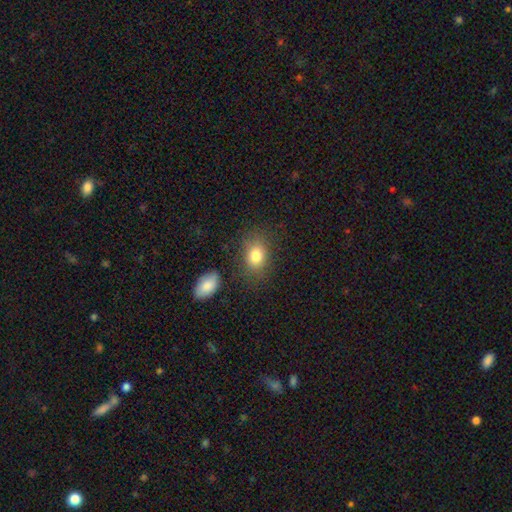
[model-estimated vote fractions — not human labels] smooth_or_featured: smooth (p=0.82) [alt: star or artifact p=0.09]
how_rounded: in between (p=0.72) [alt: round p=0.26]
merging: none (p=0.75) [alt: minor disturbance p=0.15]